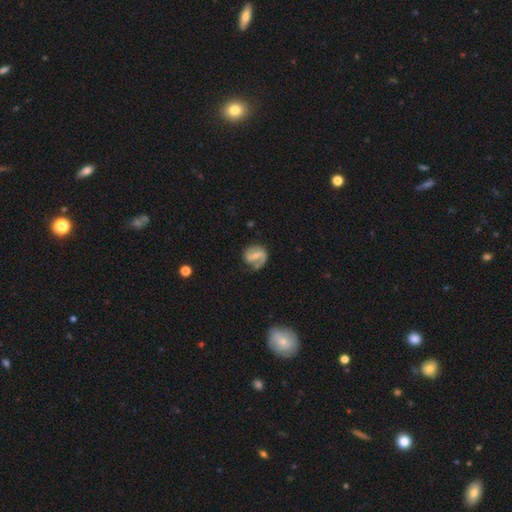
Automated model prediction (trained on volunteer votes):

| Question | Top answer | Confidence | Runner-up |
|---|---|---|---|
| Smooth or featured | featured or disk | 76% | smooth (18%) |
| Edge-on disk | no | 98% | yes (2%) |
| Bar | weak | 42% | strong (41%) |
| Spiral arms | yes | 90% | no (10%) |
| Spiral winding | medium | 46% | loose (30%) |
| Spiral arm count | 2 | 72% | 1 (20%) |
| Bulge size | small | 49% | moderate (28%) |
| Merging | none | 64% | minor disturbance (21%) |